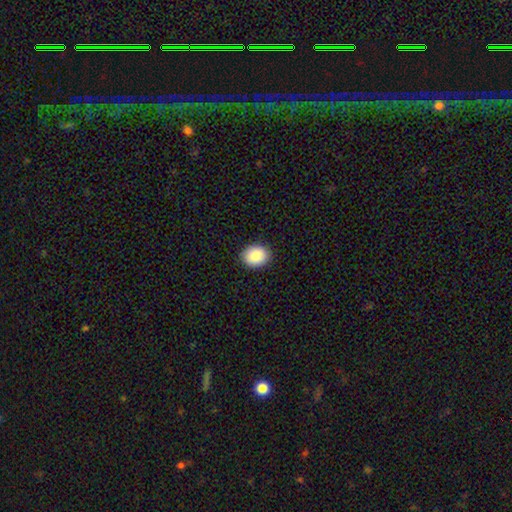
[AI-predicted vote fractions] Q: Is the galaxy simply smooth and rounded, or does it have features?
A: smooth — 89%.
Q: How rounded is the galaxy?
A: in between — 52%.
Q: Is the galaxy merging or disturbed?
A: none — 90%.